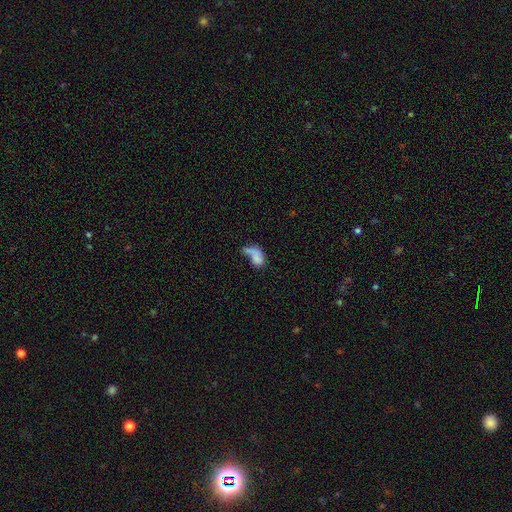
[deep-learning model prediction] A smooth galaxy with no disk features (65%) that is in between round and cigar-shaped (82%). Merging: merger (34%).